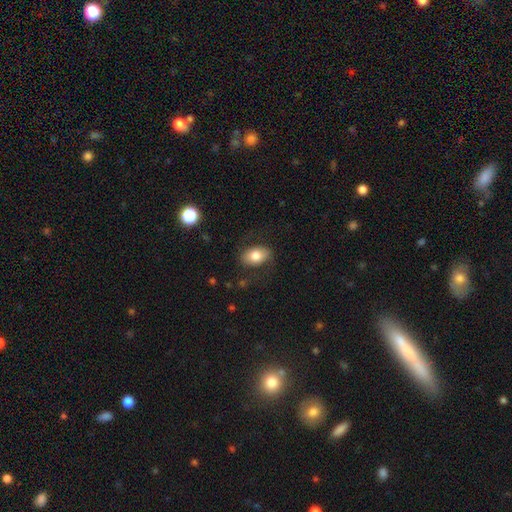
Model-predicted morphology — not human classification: This appears to be a smooth galaxy with no disk features (75%) that is in between round and cigar-shaped (86%). Merging: none (78%).